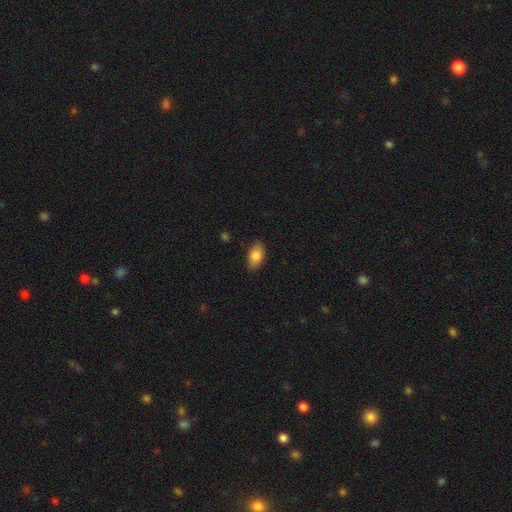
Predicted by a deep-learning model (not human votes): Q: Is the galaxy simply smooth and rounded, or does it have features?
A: smooth — 85%.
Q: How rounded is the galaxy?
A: in between — 92%.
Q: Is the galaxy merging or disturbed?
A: none — 85%.